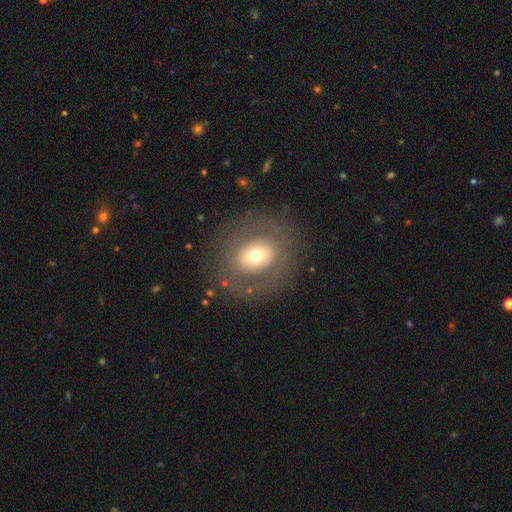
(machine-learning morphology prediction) type=smooth (51%); roundness=round (71%); merging=none (79%).